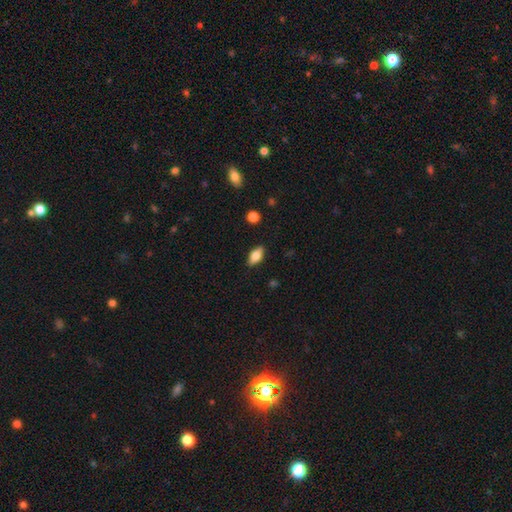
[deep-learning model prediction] Overall: smooth (66%; featured or disk 26%). How rounded: in between (83%). Merging: none (87%).